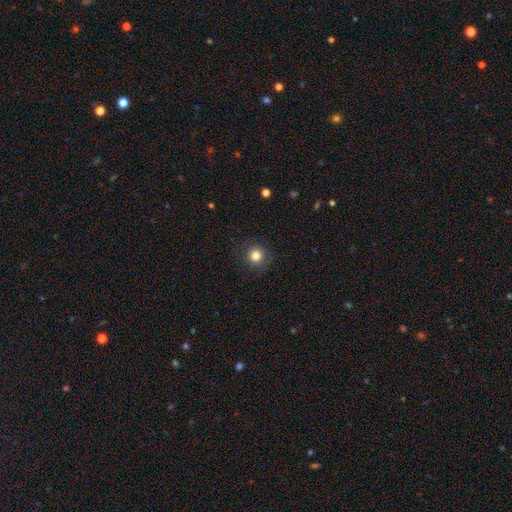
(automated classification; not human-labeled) Smooth or featured?
  - smooth: 83% *
  - star or artifact: 11%
  - featured or disk: 6%
How rounded?
  - round: 93% *
  - in between: 6%
  - cigar-shaped: 1%
Merging?
  - none: 88% *
  - minor disturbance: 8%
  - major disturbance: 3%
  - merger: 1%